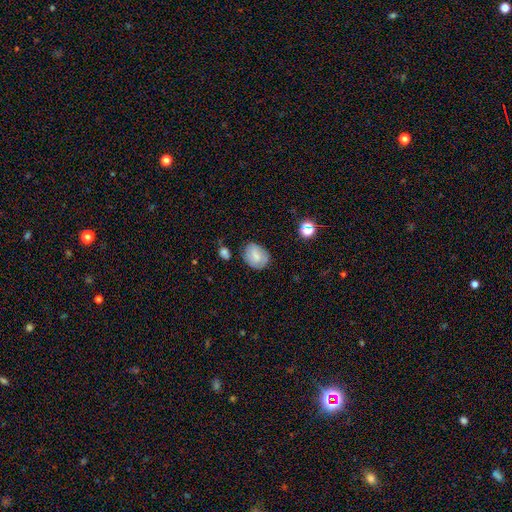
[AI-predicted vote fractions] Morphology: type=smooth (65%); roundness=in between (56%); merging=none (69%).